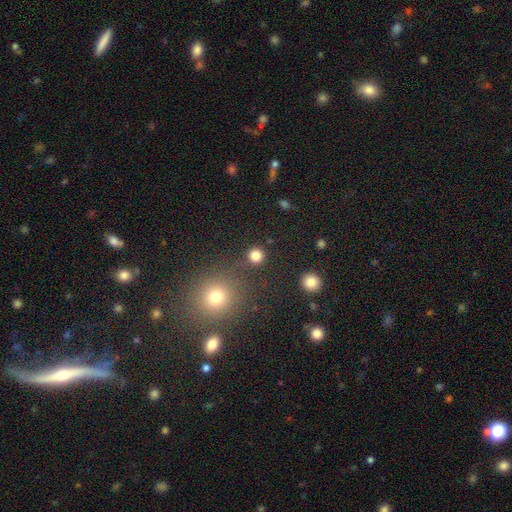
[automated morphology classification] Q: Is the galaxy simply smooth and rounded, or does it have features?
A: smooth — 82%.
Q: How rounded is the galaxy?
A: round — 94%.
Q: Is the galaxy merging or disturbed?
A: none — 87%.